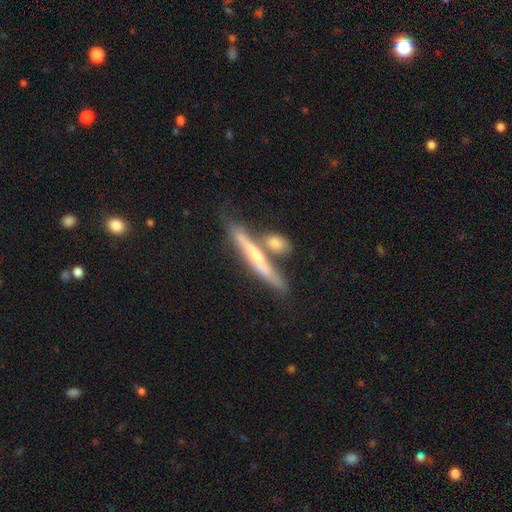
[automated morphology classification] This is likely a featured or disk galaxy (69%). It is clearly viewed edge-on (95%). Edge-on bulge: likely rounded (70%). Merging: likely none (65%).